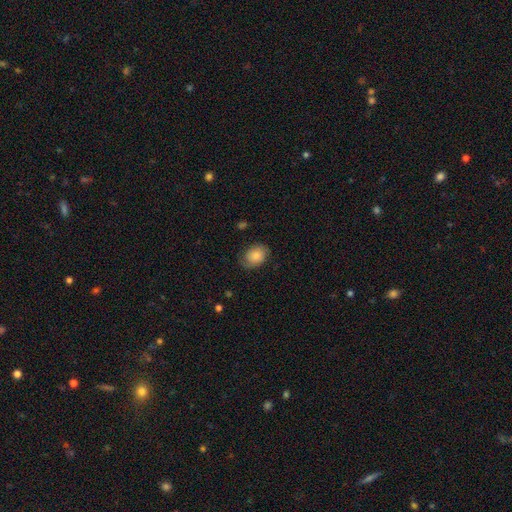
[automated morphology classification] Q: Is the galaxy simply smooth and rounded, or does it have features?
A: smooth — 70%.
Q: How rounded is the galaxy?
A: in between — 66%.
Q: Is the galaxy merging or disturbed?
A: none — 69%.